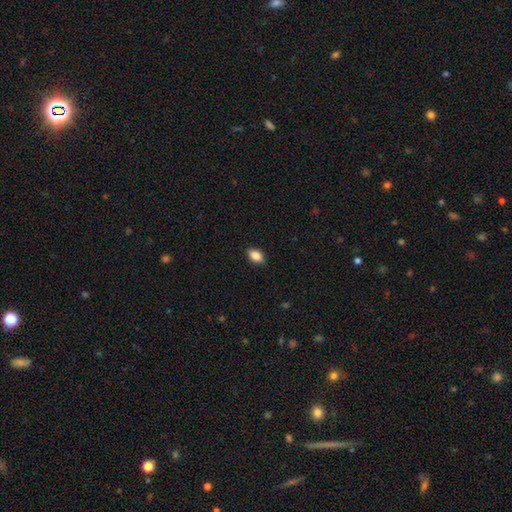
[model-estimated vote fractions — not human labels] Smooth or featured: smooth — 83% (featured or disk — 9%)
How rounded: in between — 85% (round — 12%)
Merging: none — 87% (minor disturbance — 10%)